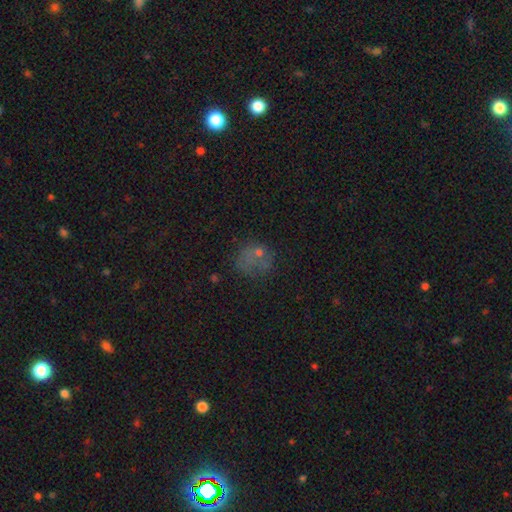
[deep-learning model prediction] Morphology: type=smooth (55%); roundness=round (66%); merging=none (40%).